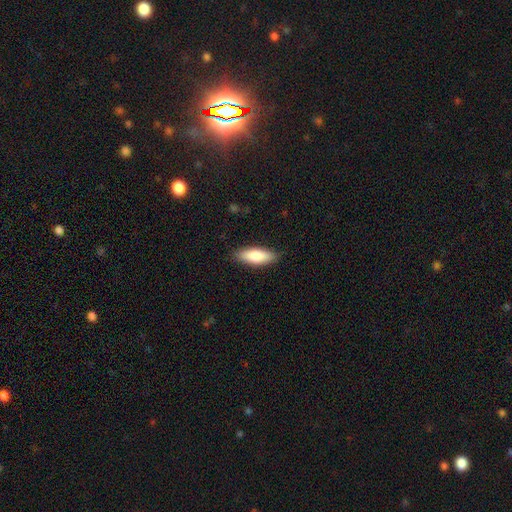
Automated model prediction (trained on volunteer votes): Q: Smooth or featured?
A: smooth (79%); runner-up: featured or disk (15%)
Q: How rounded?
A: in between (65%); runner-up: cigar-shaped (33%)
Q: Merging?
A: none (87%); runner-up: minor disturbance (10%)